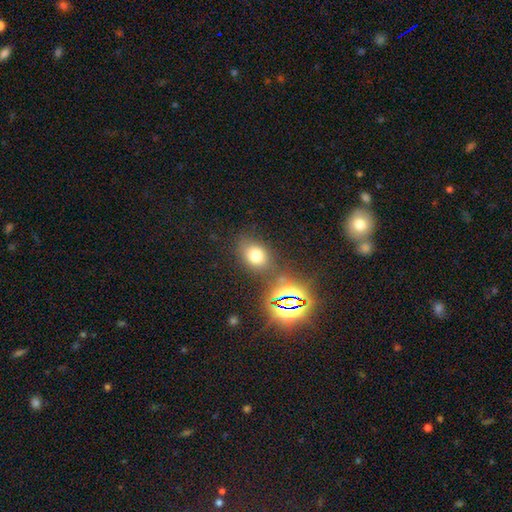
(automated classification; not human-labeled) smooth 68%, star or artifact 21%, featured or disk 10%. Down the decision tree: how rounded — in between (58%); merging — none (73%).